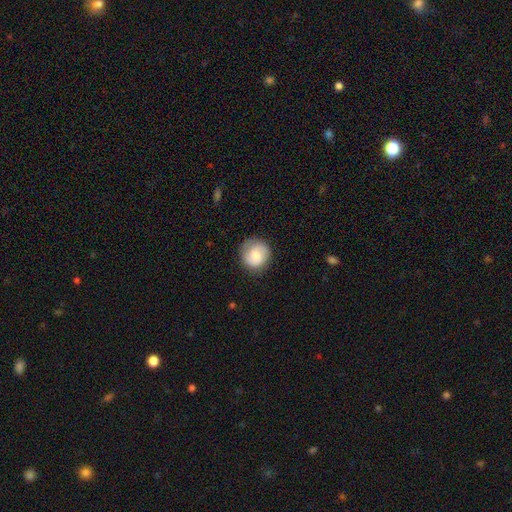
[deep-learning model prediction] smooth 70%, featured or disk 23%, star or artifact 7%. Down the decision tree: how rounded — round (90%); merging — none (80%).